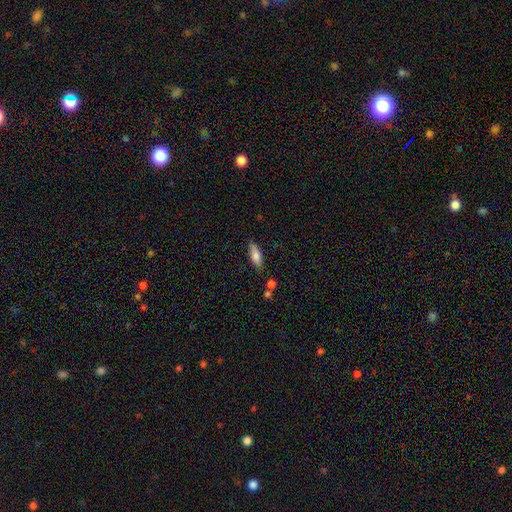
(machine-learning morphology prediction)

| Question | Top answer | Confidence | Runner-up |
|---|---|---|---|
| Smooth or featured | smooth | 75% | featured or disk (18%) |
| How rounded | in between | 59% | cigar-shaped (38%) |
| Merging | none | 77% | minor disturbance (16%) |